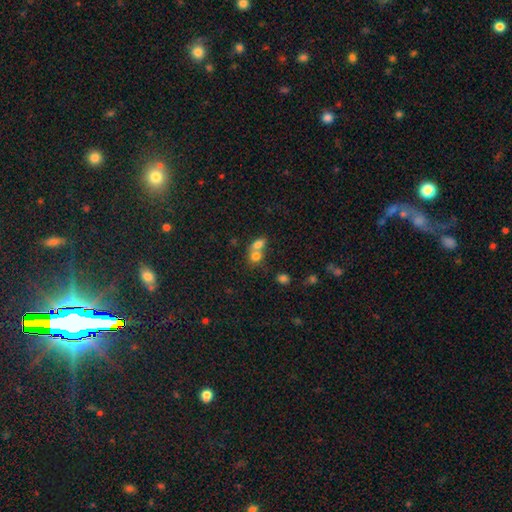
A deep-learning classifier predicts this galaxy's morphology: Smooth or featured?
  - smooth: 76% *
  - featured or disk: 13%
  - star or artifact: 11%
How rounded?
  - round: 53% *
  - in between: 45%
  - cigar-shaped: 2%
Merging?
  - merger: 67% *
  - none: 24%
  - minor disturbance: 6%
  - major disturbance: 3%